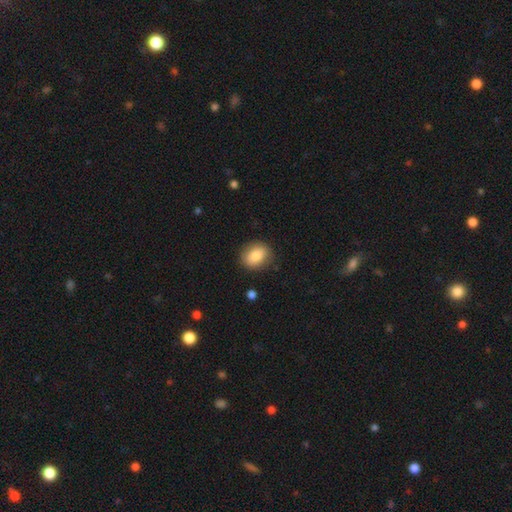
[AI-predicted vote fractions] This appears to be a smooth galaxy with no disk features (83%) that is round (50%). Merging: none (85%).